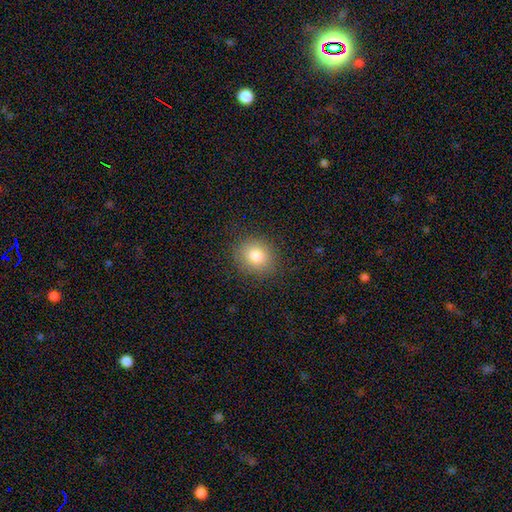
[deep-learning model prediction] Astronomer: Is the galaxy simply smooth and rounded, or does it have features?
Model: smooth — 82%.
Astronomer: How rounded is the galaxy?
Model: round — 72%.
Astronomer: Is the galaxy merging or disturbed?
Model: none — 87%.